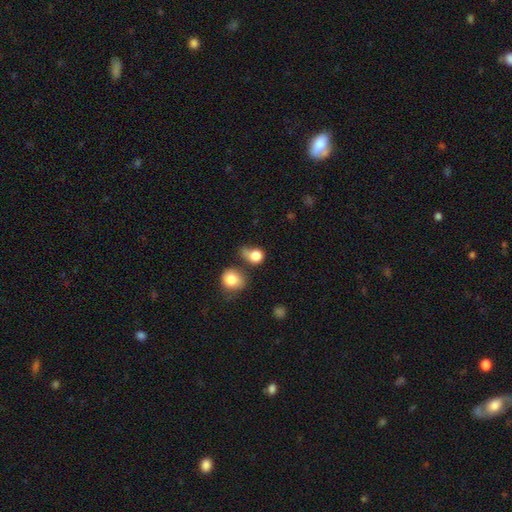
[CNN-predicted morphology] Q: Smooth or featured?
A: smooth (82%); runner-up: star or artifact (9%)
Q: How rounded?
A: round (69%); runner-up: in between (30%)
Q: Merging?
A: none (35%); runner-up: minor disturbance (25%)